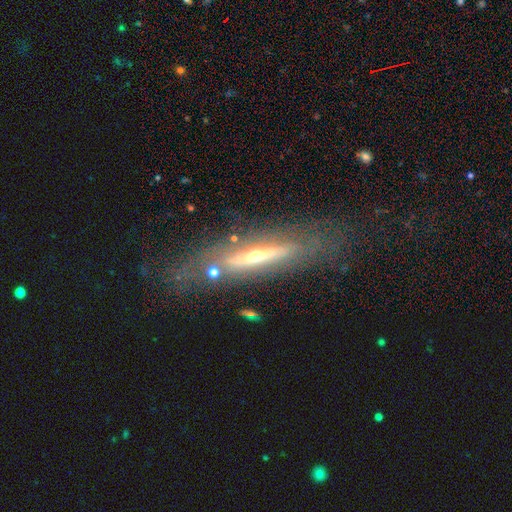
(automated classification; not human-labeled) The model was most divided on "edge-on disk": yes: 75%, no: 25%. More confident: edge-on bulge — rounded (78%); smooth or featured — featured or disk (72%); merging — none (68%).